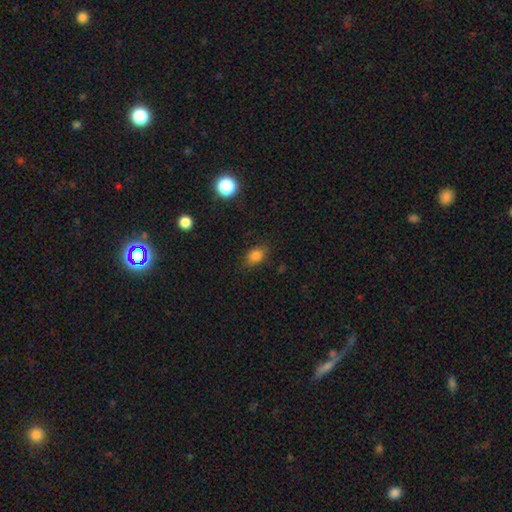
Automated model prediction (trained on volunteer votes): Overall: smooth (82%). How rounded: in between (73%). Merging: none (81%).